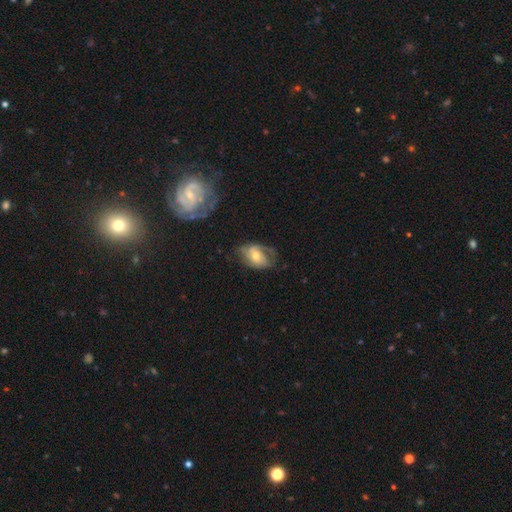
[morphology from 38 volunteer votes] type=featured or disk (68%); edge-on=no (96%); bar=no (52%); spiral arms=yes (80%); winding=tight (50%); arm count=2 (45%, tied with can't tell); bulge=moderate (76%); merging=none (51%).